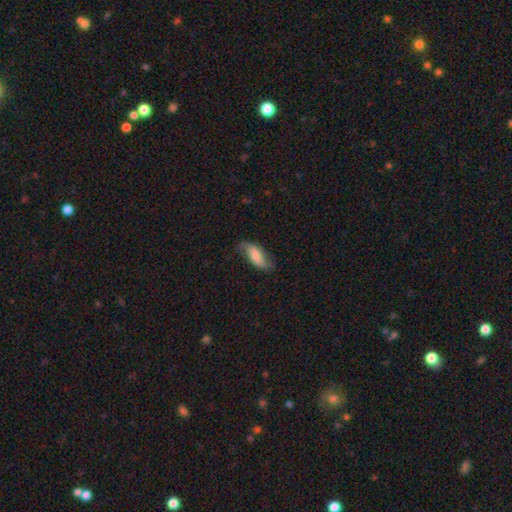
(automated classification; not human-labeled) Smooth or featured? featured or disk (49%)
Merging? none (71%)